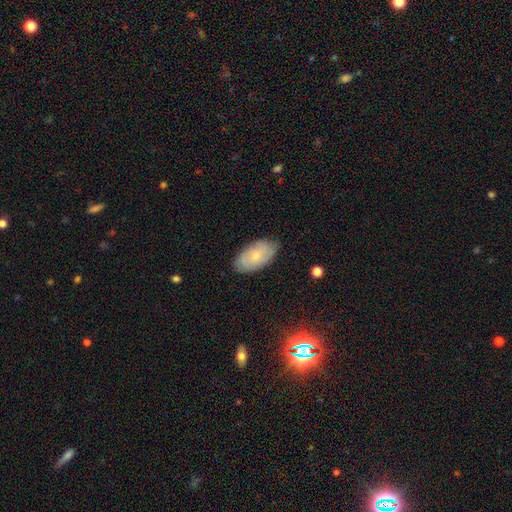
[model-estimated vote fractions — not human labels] smooth-or-featured: smooth: 59% | featured or disk: 33% | star or artifact: 8%
  how-rounded: in between: 94% | round: 4% | cigar-shaped: 2%
  merging: none: 81% | minor disturbance: 15% | major disturbance: 3% | merger: 1%